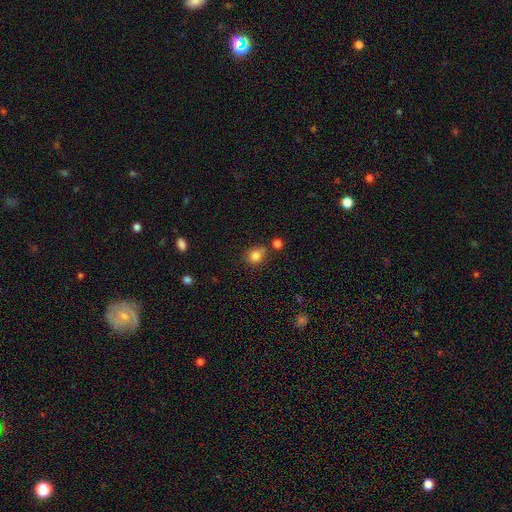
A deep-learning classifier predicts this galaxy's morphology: A smooth galaxy with no disk features (82%) that is round (71%). Merging: none (68%).